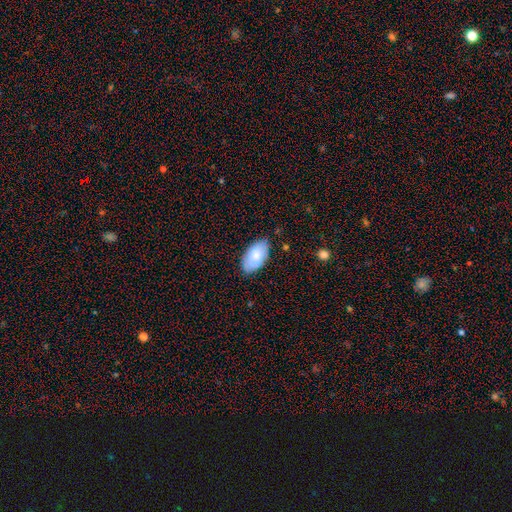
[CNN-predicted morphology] The model was most divided on "smooth or featured": smooth: 75%, featured or disk: 19%, star or artifact: 6%. More confident: how rounded — in between (95%); merging — none (78%).